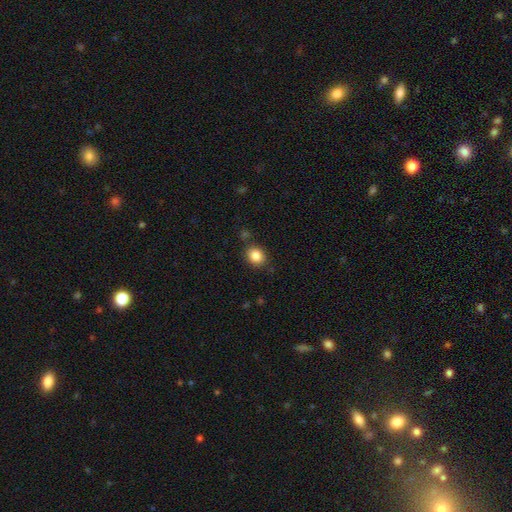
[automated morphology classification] Smooth or featured?
  - smooth: 86% *
  - star or artifact: 10%
  - featured or disk: 4%
How rounded?
  - round: 65% *
  - in between: 34%
  - cigar-shaped: 1%
Merging?
  - none: 82% *
  - minor disturbance: 11%
  - merger: 4%
  - major disturbance: 3%